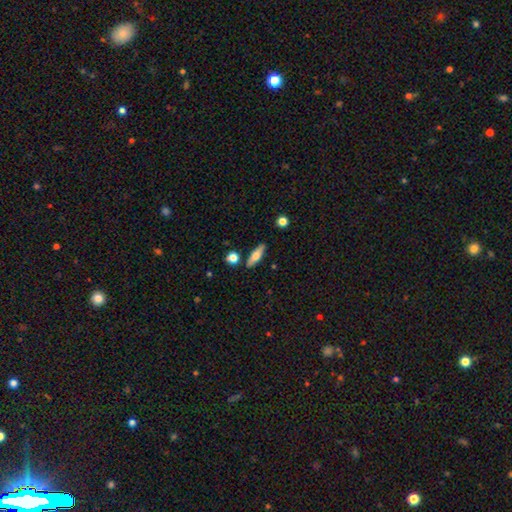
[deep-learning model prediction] This is possibly a smooth galaxy (60%). How rounded: possibly cigar-shaped (52%). Merging: clearly none (84%).